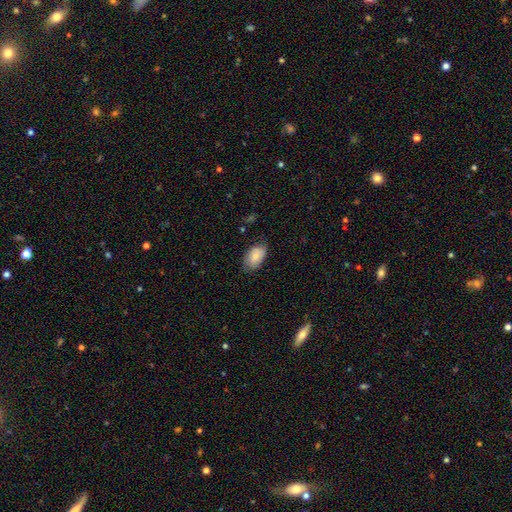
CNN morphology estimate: Smooth or featured: smooth — 81% (featured or disk — 13%)
How rounded: in between — 92% (round — 7%)
Merging: none — 70% (minor disturbance — 24%)